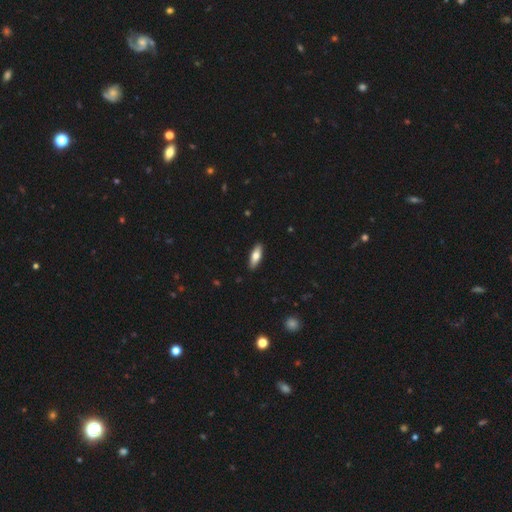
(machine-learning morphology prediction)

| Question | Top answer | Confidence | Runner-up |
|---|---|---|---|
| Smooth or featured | smooth | 71% | featured or disk (23%) |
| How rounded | in between | 60% | cigar-shaped (37%) |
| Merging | none | 90% | minor disturbance (7%) |